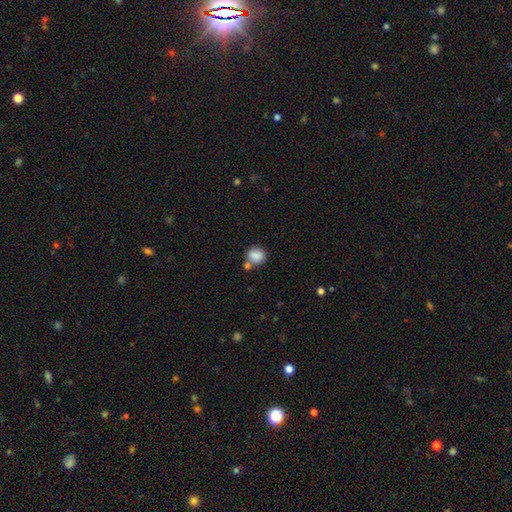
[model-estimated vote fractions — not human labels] The model was most divided on "how rounded": round: 57%, in between: 42%, cigar-shaped: 1%. More confident: smooth or featured — smooth (86%); merging — none (59%).